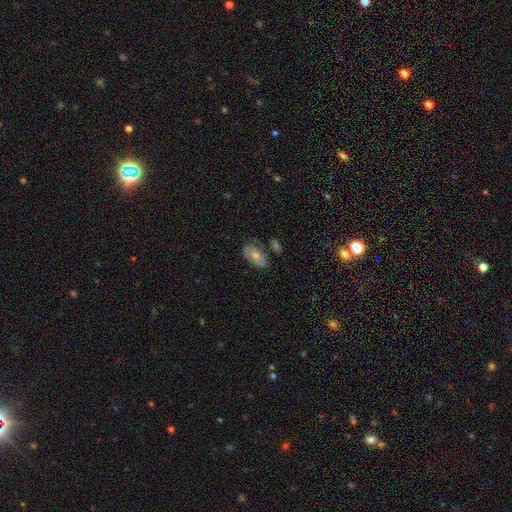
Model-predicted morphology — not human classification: type=smooth (51%); roundness=in between (90%); merging=none (62%).